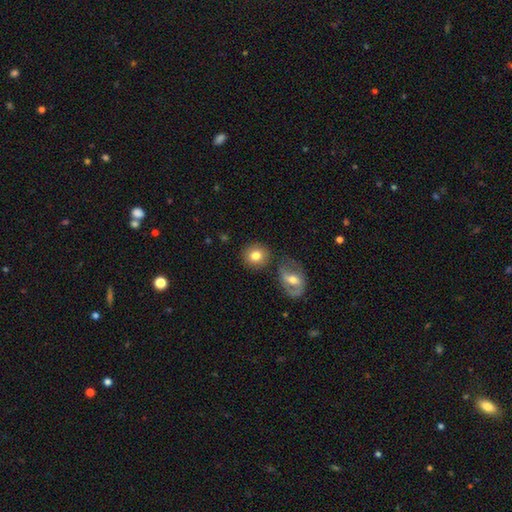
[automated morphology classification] The model was most divided on "smooth or featured": smooth: 78%, featured or disk: 14%, star or artifact: 8%. More confident: how rounded — round (84%); merging — none (76%).